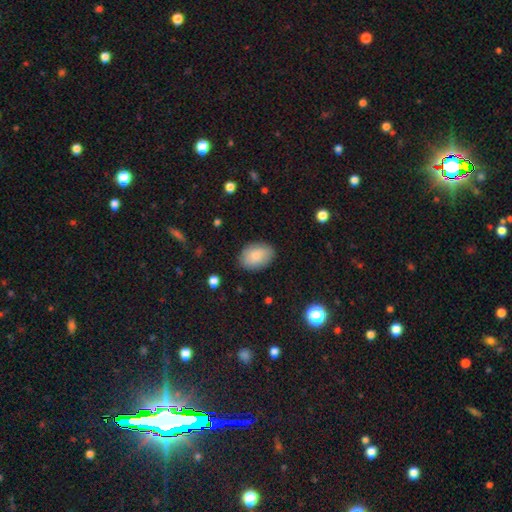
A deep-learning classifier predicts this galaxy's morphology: Smooth or featured? Predicted: smooth (p=0.83). How rounded? Predicted: in between (p=0.85). Merging? Predicted: none (p=0.85).